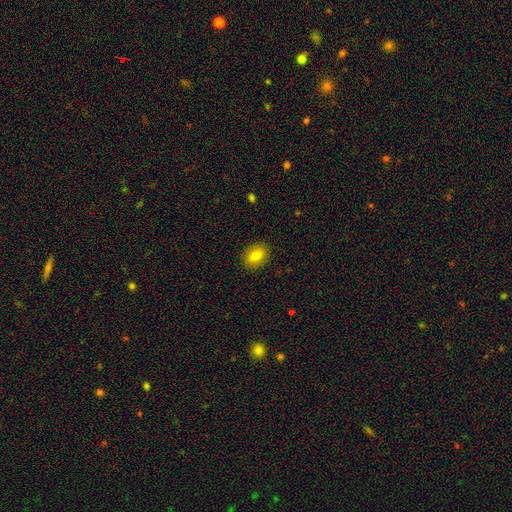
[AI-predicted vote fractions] This is likely a smooth galaxy (80%). How rounded: likely in between (67%). Merging: clearly none (90%).